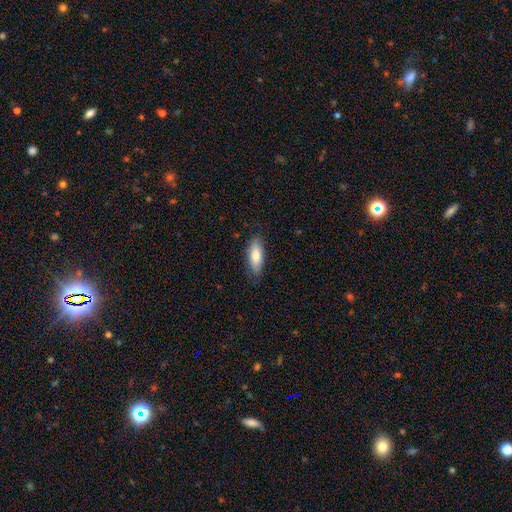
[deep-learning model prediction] smooth 80%, featured or disk 14%, star or artifact 6%. Down the decision tree: how rounded — in between (63%); merging — none (82%).